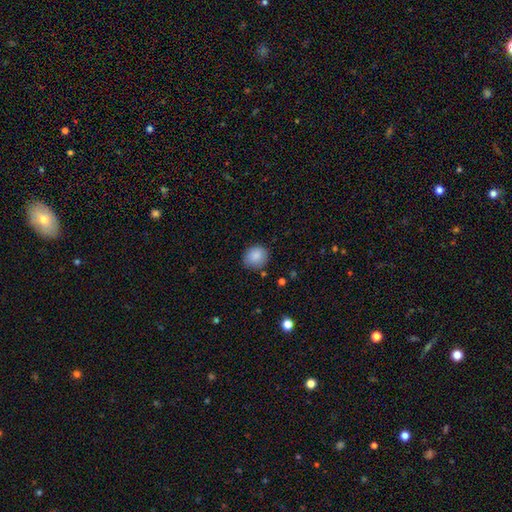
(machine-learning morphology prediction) A smooth galaxy with no disk features (87%) that is round (85%). Merging: none (82%).